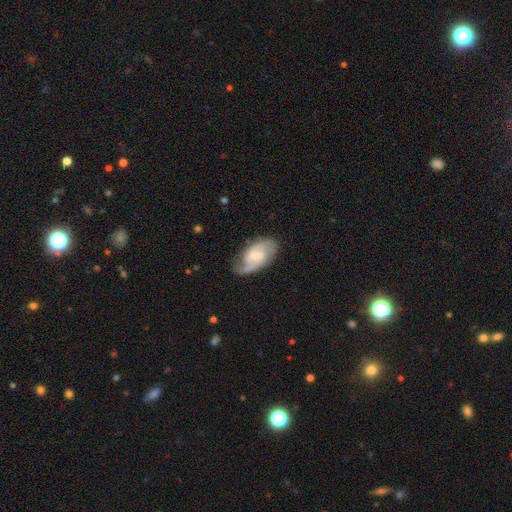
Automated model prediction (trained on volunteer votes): Overall: featured or disk (83%). Edge-on disk: no (96%). Bar: weak (53%; no 33%). Spiral arms: yes (96%). Spiral arm count: 2 (87%). Spiral winding: medium (53%; tight 24%). Bulge size: small (48%; moderate 25%). Merging: none (76%).